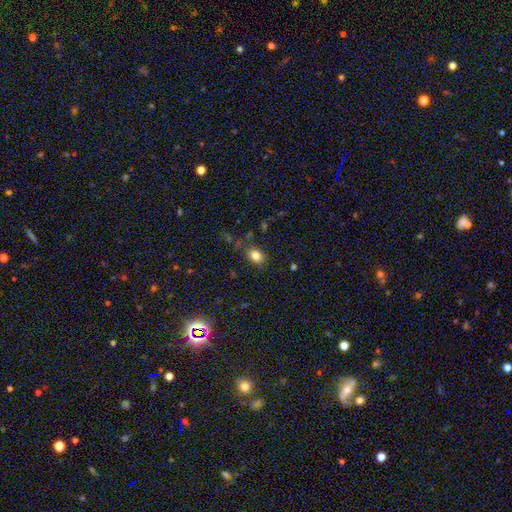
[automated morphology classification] Smooth or featured: smooth — 82% (star or artifact — 11%)
How rounded: in between — 60% (round — 39%)
Merging: none — 77% (minor disturbance — 15%)